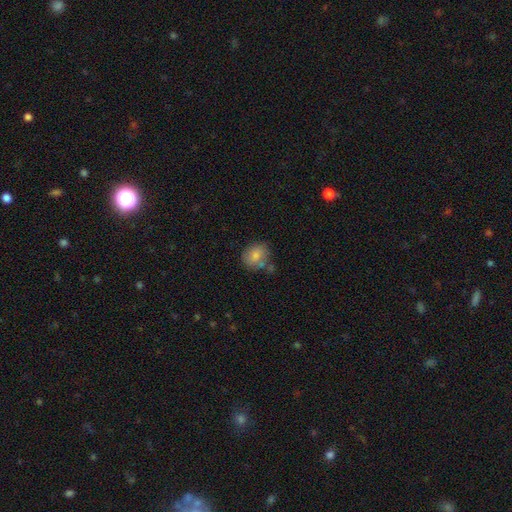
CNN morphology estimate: Smooth or featured: smooth — 80% (featured or disk — 12%)
How rounded: round — 64% (in between — 35%)
Merging: none — 60% (minor disturbance — 20%)